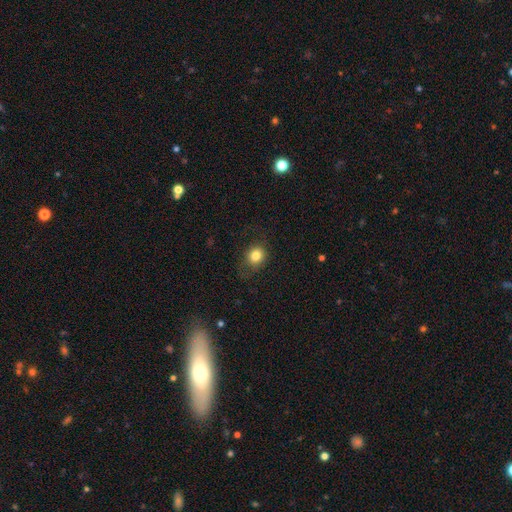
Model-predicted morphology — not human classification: Q: Smooth or featured?
A: smooth (82%); runner-up: star or artifact (11%)
Q: How rounded?
A: round (73%); runner-up: in between (27%)
Q: Merging?
A: none (70%); runner-up: minor disturbance (20%)